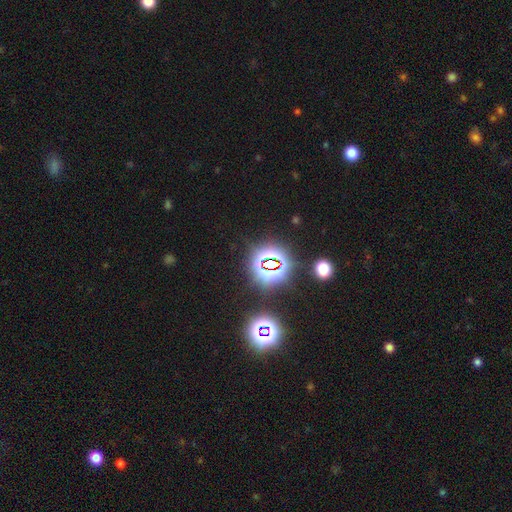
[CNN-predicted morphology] Smooth or featured? star or artifact (77%)